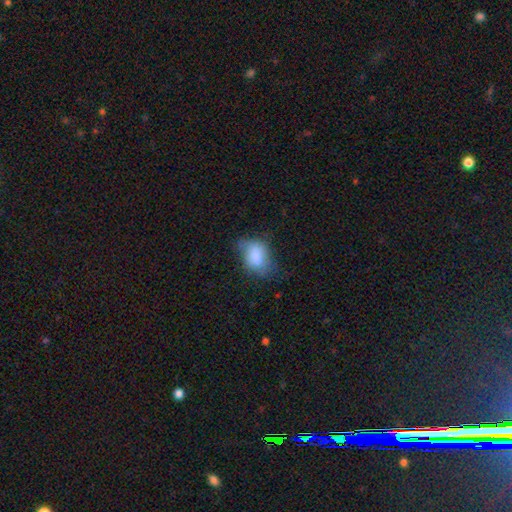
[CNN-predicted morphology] This is likely a smooth galaxy (77%). How rounded: clearly in between (84%). Merging: marginally minor disturbance (38%).